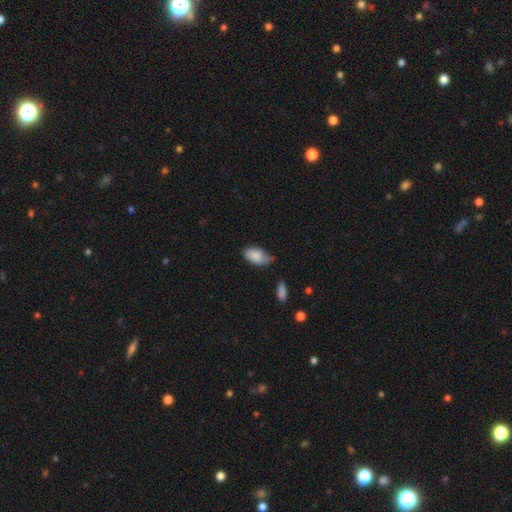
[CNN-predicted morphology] smooth 83%, featured or disk 10%, star or artifact 7%. Down the decision tree: how rounded — in between (93%); merging — none (41%, tied with minor disturbance).